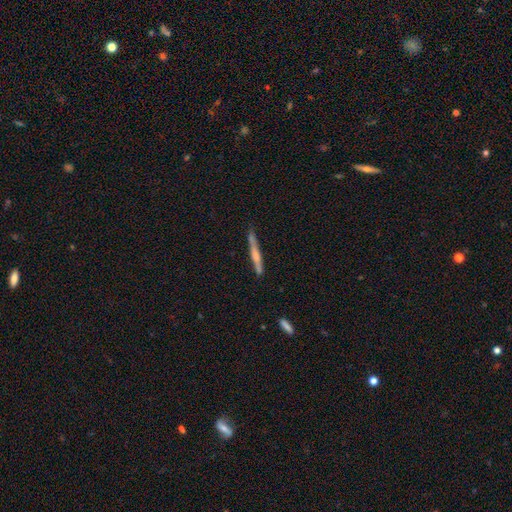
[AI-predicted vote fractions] Overall: smooth (47%, tied with featured or disk). Merging: none (77%).